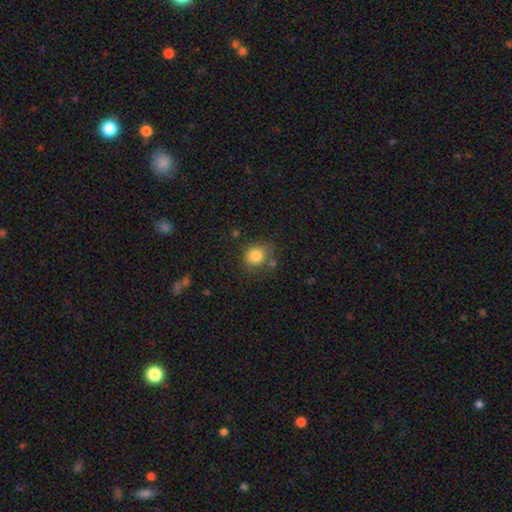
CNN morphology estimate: A smooth galaxy with no disk features (82%) that is round (73%). Merging: none (68%).